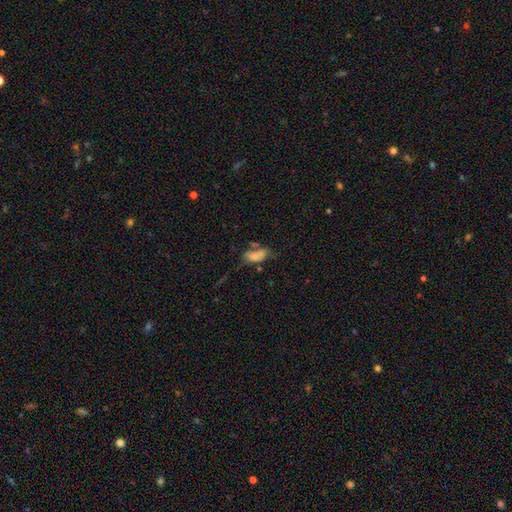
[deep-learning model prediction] A smooth galaxy with no disk features (66%) that is in between round and cigar-shaped (88%).

Vote fractions:
- Smooth or featured? smooth: 66% / featured or disk: 23% / star or artifact: 11%
- How rounded? in between: 88% / cigar-shaped: 6% / round: 6%
- Merging? none: 32% / merger: 28% / minor disturbance: 23% / major disturbance: 18%